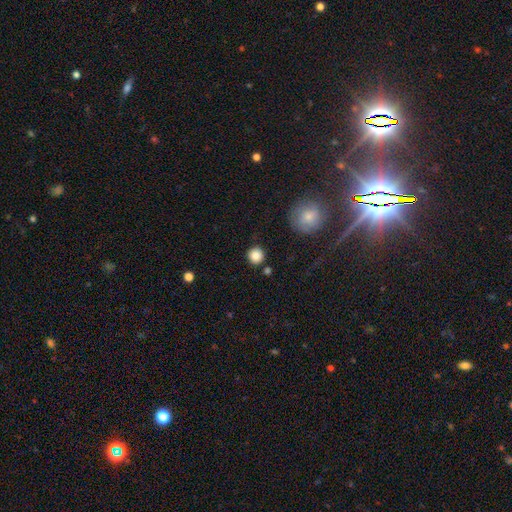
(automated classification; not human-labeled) This is clearly a smooth galaxy (86%). How rounded: clearly round (94%). Merging: clearly none (87%).